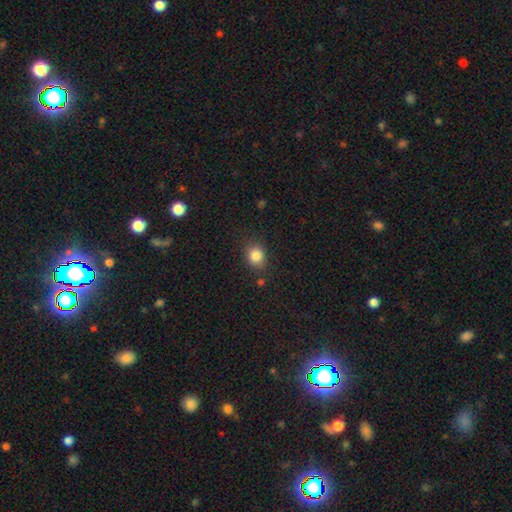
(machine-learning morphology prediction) Q: Smooth or featured?
A: smooth (84%); runner-up: star or artifact (10%)
Q: How rounded?
A: round (63%); runner-up: in between (36%)
Q: Merging?
A: none (81%); runner-up: minor disturbance (12%)